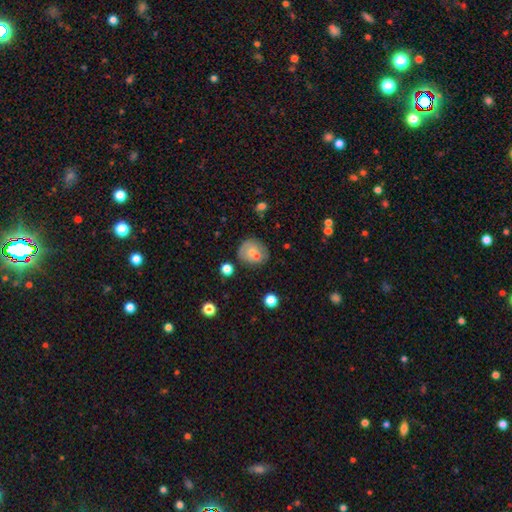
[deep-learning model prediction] Smooth or featured? Predicted: smooth (p=0.61). How rounded? Predicted: round (p=0.79). Merging? Predicted: none (p=0.54).